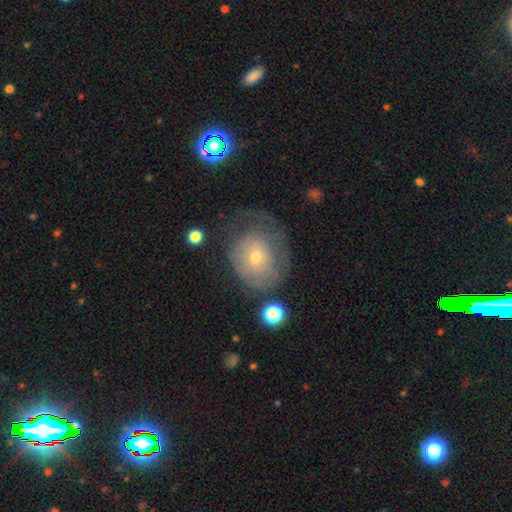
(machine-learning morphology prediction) Smooth or featured?
  - featured or disk: 49% *
  - smooth: 42%
  - star or artifact: 9%
Merging?
  - none: 41% *
  - major disturbance: 31%
  - minor disturbance: 26%
  - merger: 3%